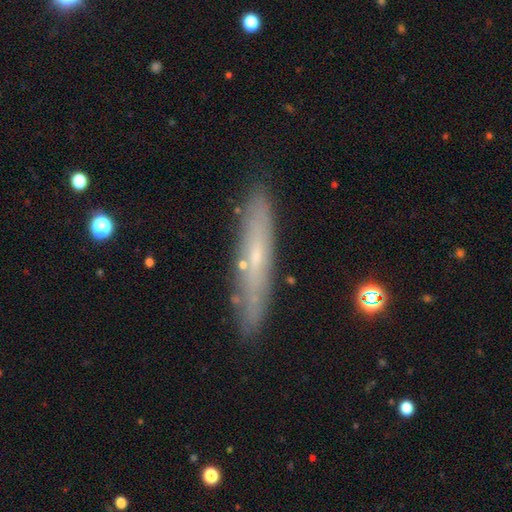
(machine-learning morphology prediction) Q: Smooth or featured?
A: featured or disk (51%); runner-up: smooth (41%)
Q: Edge-on disk?
A: yes (72%); runner-up: no (28%)
Q: Merging?
A: none (84%); runner-up: minor disturbance (11%)